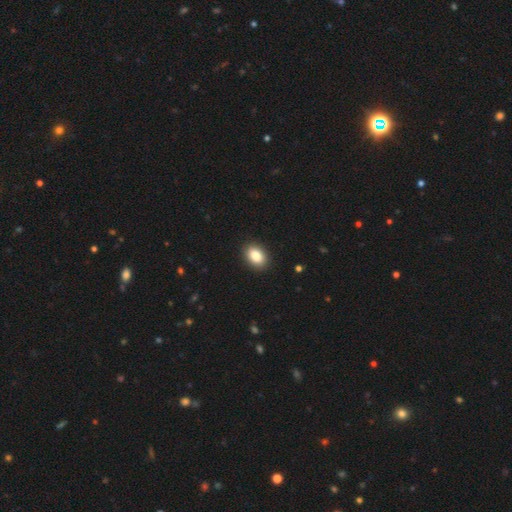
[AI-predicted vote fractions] The model was most divided on "how rounded": in between: 81%, round: 18%, cigar-shaped: 1%. More confident: merging — none (90%); smooth or featured — smooth (87%).